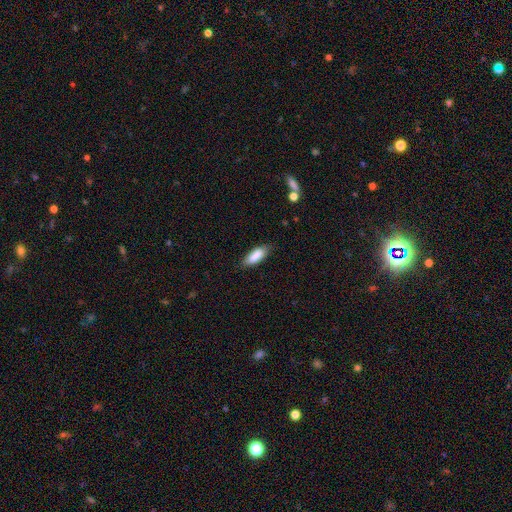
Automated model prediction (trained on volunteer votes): This appears to be a smooth galaxy with no disk features (86%) that is in between round and cigar-shaped (71%). Merging: none (79%).